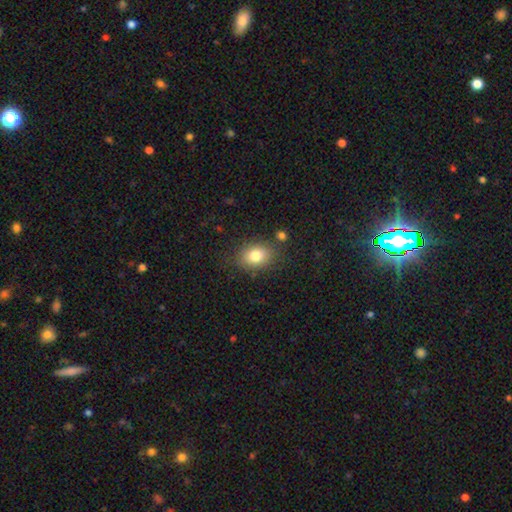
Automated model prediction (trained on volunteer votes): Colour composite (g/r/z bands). It shows a smooth galaxy with no disk features (80%) that is in between round and cigar-shaped (65%). Merging: none (80%).